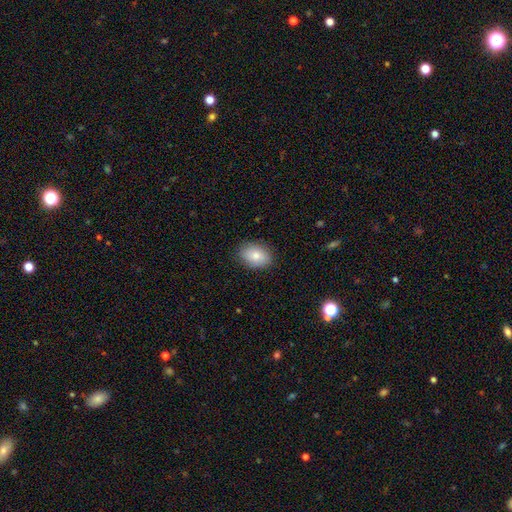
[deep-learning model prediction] Morphology: type=smooth (81%); roundness=in between (78%); merging=none (85%).